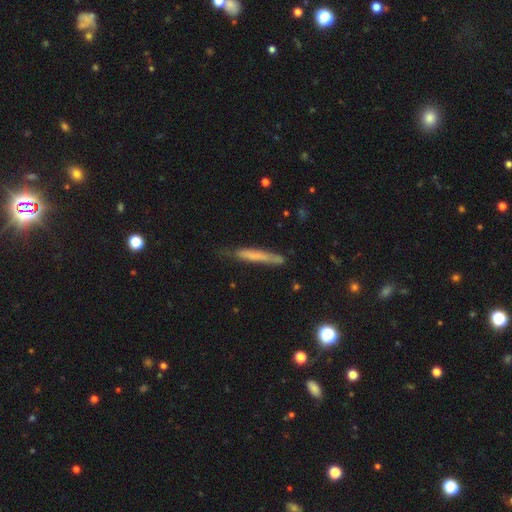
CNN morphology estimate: A smooth galaxy with no disk features (64%) that is cigar-shaped (94%).

Vote fractions:
- Smooth or featured? smooth: 64% / featured or disk: 29% / star or artifact: 8%
- How rounded? cigar-shaped: 94% / in between: 4% / round: 1%
- Merging? none: 64% / minor disturbance: 26% / major disturbance: 7% / merger: 3%